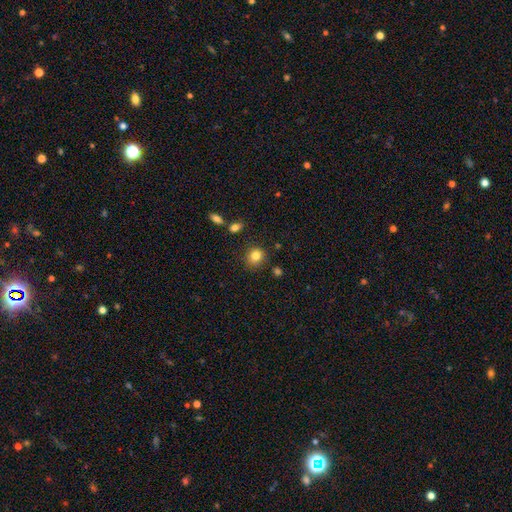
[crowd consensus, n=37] Q: Smooth or featured?
A: smooth (95%); runner-up: featured or disk (5%)
Q: How rounded?
A: round (74%); runner-up: in between (23%)
Q: Merging?
A: none (76%); runner-up: minor disturbance (14%)